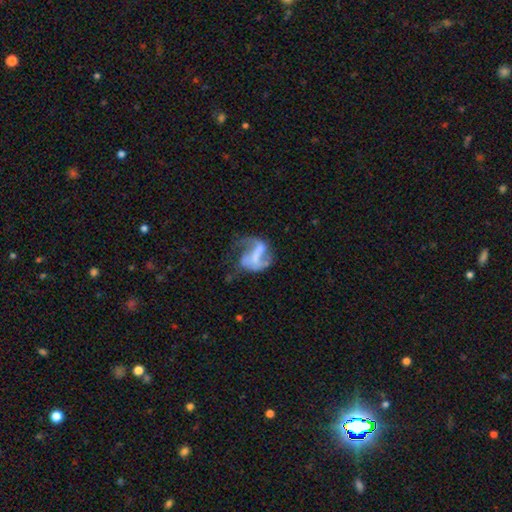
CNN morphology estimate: featured or disk 68%, smooth 22%, star or artifact 9%. Down the decision tree: edge-on disk — no (97%); bar — strong (37%); spiral arms — yes (64%); bulge size — none (59%); merging — major disturbance (40%).